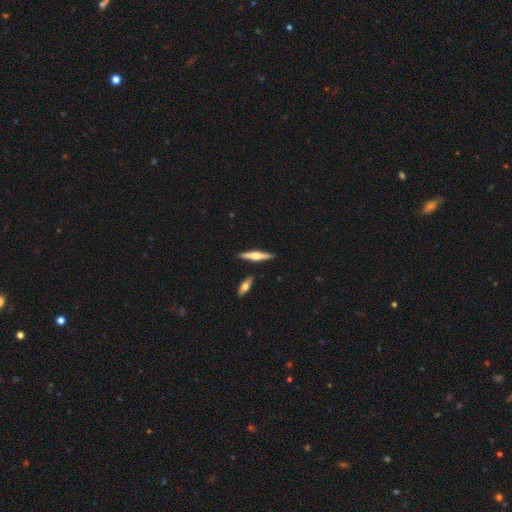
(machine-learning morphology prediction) featured or disk 59%, smooth 35%, star or artifact 6%. Down the decision tree: edge-on disk — yes (97%); edge-on bulge — rounded (86%); merging — none (86%).